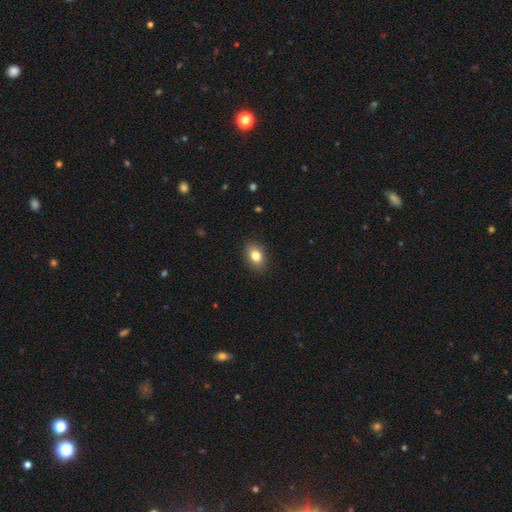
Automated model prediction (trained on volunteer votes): smooth_or_featured: smooth (p=0.80) [alt: featured or disk p=0.11]
how_rounded: in between (p=0.81) [alt: round p=0.17]
merging: none (p=0.87) [alt: minor disturbance p=0.10]